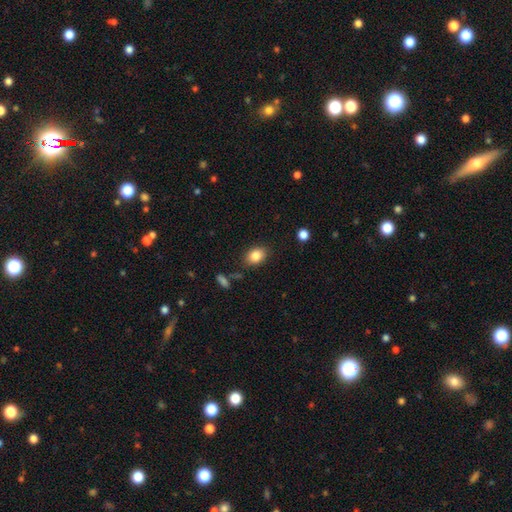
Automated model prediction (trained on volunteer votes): Q: Smooth or featured?
A: smooth (85%); runner-up: star or artifact (9%)
Q: How rounded?
A: in between (73%); runner-up: round (26%)
Q: Merging?
A: none (84%); runner-up: minor disturbance (11%)